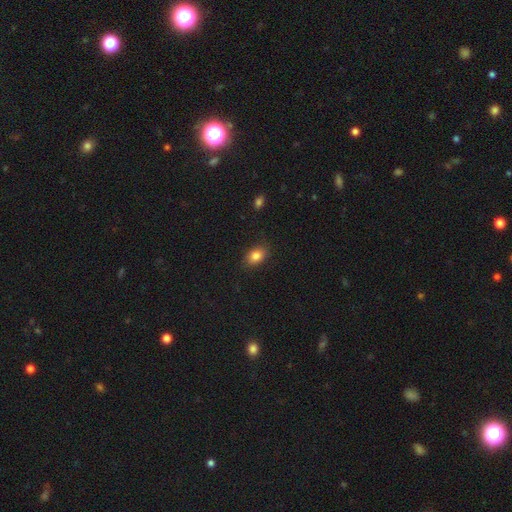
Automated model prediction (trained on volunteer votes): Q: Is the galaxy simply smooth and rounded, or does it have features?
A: smooth — 83%.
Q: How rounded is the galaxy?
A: in between — 78%.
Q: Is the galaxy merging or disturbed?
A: none — 83%.